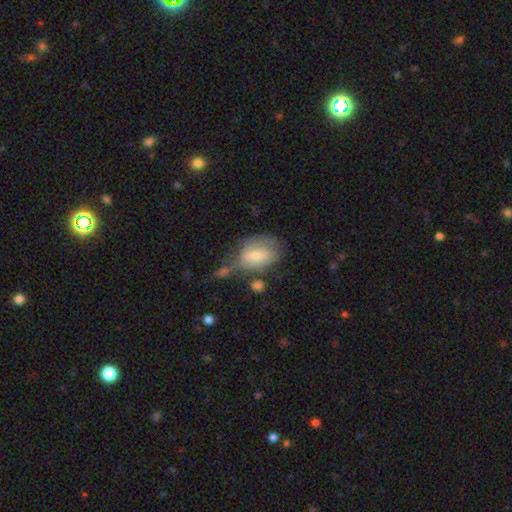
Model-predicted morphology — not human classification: This appears to be a smooth galaxy with no disk features (62%) that is in between round and cigar-shaped (71%). Merging: none (40%).